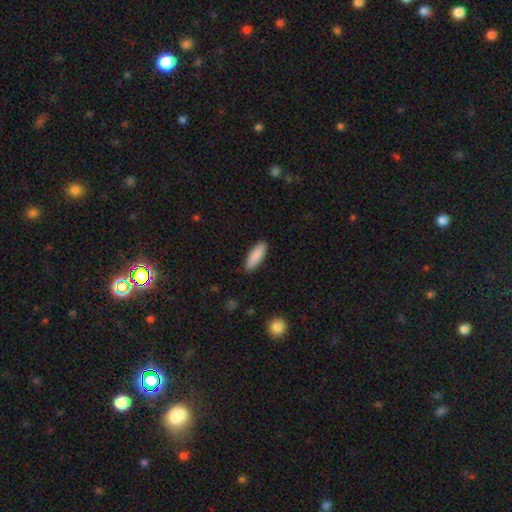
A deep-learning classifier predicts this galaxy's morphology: Smooth or featured?
  - smooth: 89% *
  - star or artifact: 6%
  - featured or disk: 5%
How rounded?
  - in between: 57% *
  - cigar-shaped: 41%
  - round: 1%
Merging?
  - none: 89% *
  - minor disturbance: 8%
  - major disturbance: 2%
  - merger: 1%